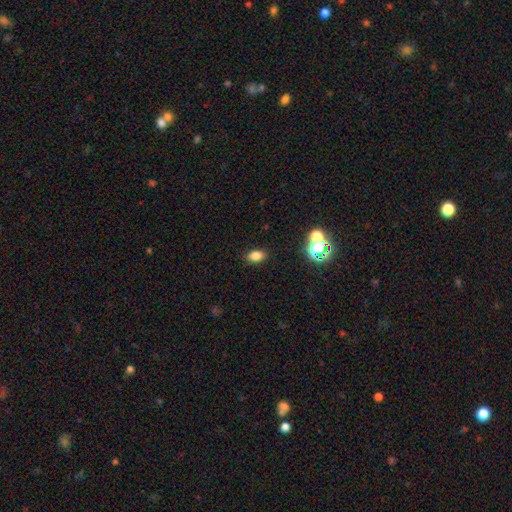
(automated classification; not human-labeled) Smooth or featured? Predicted: smooth (p=0.80). How rounded? Predicted: in between (p=0.84). Merging? Predicted: none (p=0.87).